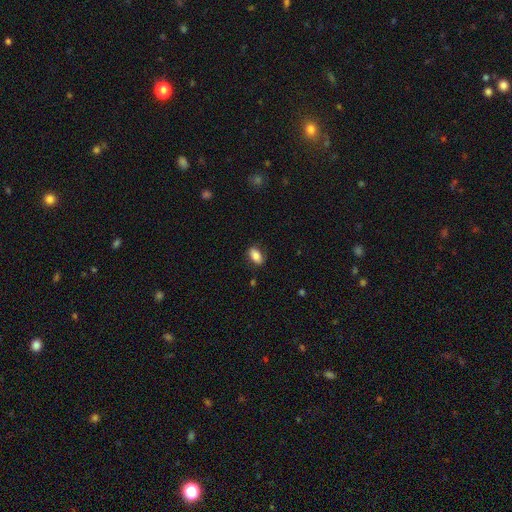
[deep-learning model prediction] smooth-or-featured: smooth: 82% | featured or disk: 10% | star or artifact: 7%
  how-rounded: in between: 89% | round: 6% | cigar-shaped: 5%
  merging: none: 82% | minor disturbance: 14% | major disturbance: 3% | merger: 1%